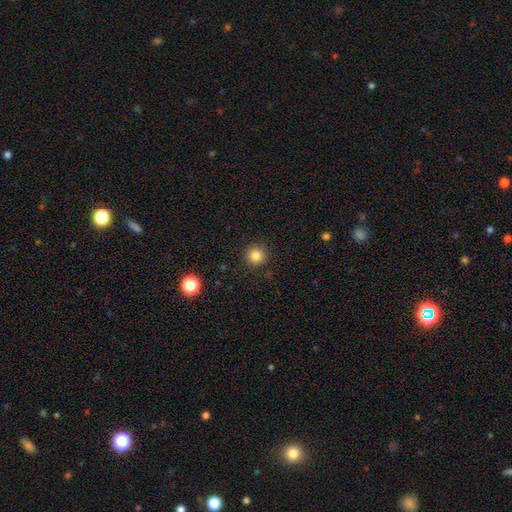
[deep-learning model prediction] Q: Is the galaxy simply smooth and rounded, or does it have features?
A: smooth — 83%.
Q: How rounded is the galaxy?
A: round — 94%.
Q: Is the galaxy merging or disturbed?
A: none — 90%.